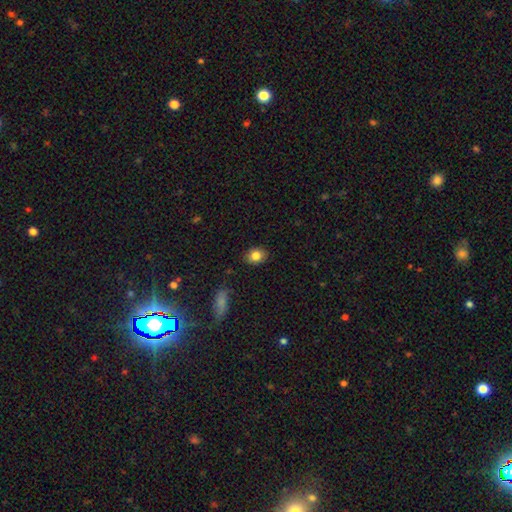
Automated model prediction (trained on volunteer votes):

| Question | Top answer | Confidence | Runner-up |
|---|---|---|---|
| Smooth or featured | smooth | 83% | star or artifact (9%) |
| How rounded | in between | 63% | round (35%) |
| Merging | none | 86% | minor disturbance (11%) |